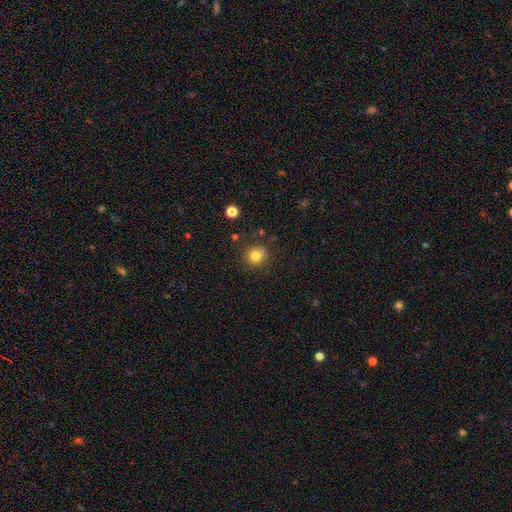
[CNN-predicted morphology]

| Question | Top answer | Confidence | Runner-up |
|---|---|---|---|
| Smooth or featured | smooth | 81% | star or artifact (12%) |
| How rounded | round | 85% | in between (14%) |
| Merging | none | 80% | minor disturbance (13%) |